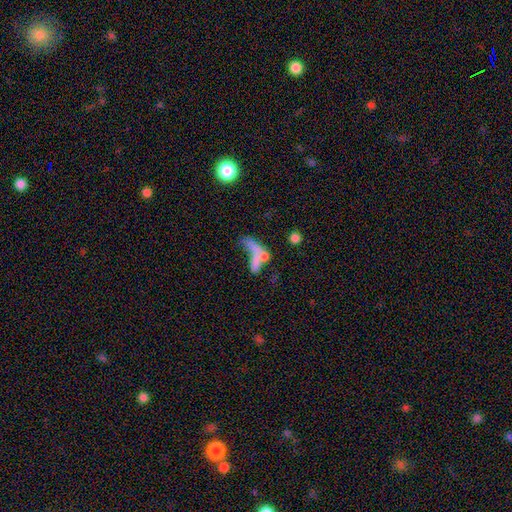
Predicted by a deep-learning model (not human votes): Morphology: type=smooth (50%); roundness=in between (51%); merging=merger (44%).